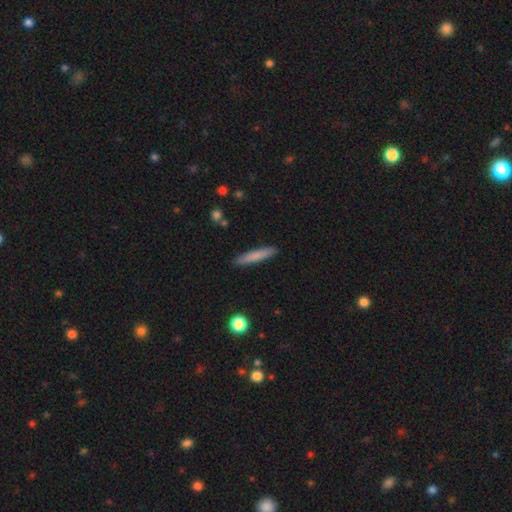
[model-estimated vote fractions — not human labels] smooth_or_featured: smooth (p=0.77) [alt: featured or disk p=0.17]
how_rounded: cigar-shaped (p=0.92) [alt: in between p=0.07]
merging: none (p=0.91) [alt: minor disturbance p=0.07]